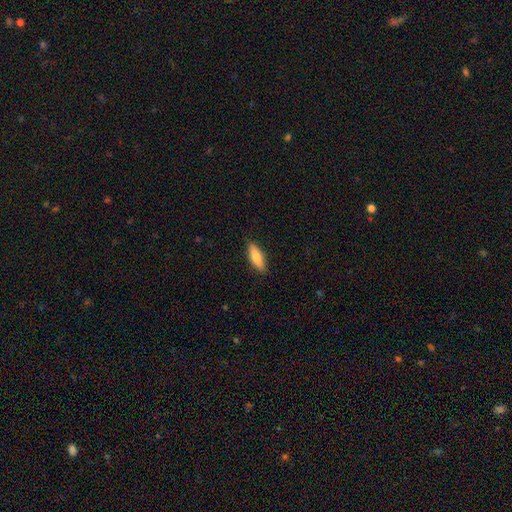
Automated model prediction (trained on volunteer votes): The model was most divided on "how rounded": cigar-shaped: 50%, in between: 48%, round: 2%. More confident: merging — none (87%); smooth or featured — smooth (74%).